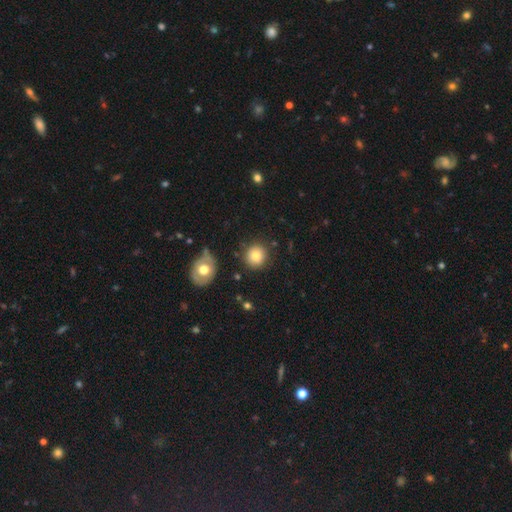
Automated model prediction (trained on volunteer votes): Morphology: type=smooth (81%); roundness=round (89%); merging=none (83%).